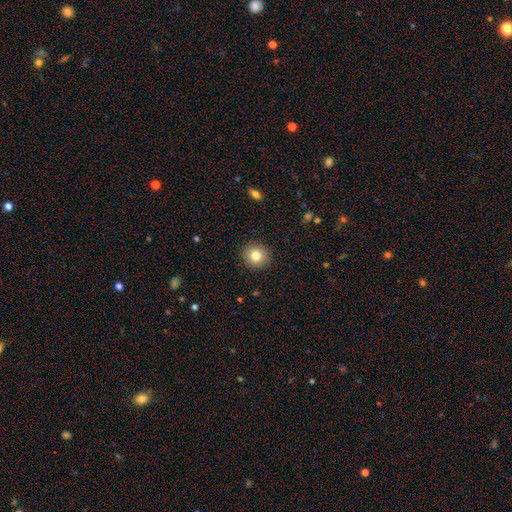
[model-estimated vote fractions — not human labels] smooth-or-featured: smooth: 80% | star or artifact: 10% | featured or disk: 9%
  how-rounded: round: 91% | in between: 8% | cigar-shaped: 1%
  merging: none: 91% | minor disturbance: 6% | major disturbance: 2% | merger: 1%